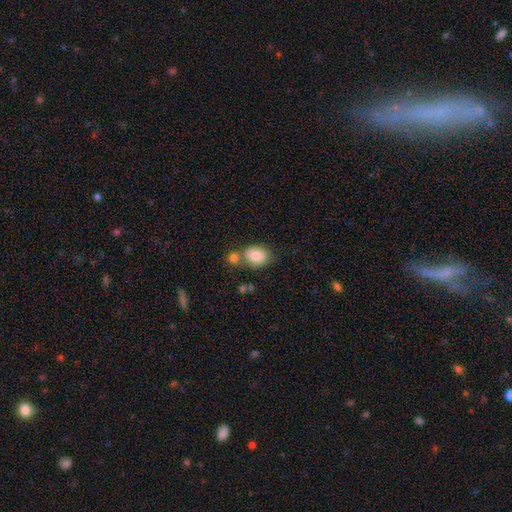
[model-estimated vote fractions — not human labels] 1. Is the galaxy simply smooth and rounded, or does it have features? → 83% smooth, 9% featured or disk, 8% star or artifact.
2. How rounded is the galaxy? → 64% in between, 34% round, 1% cigar-shaped.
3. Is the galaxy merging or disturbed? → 55% none, 28% merger, 14% minor disturbance, 4% major disturbance.